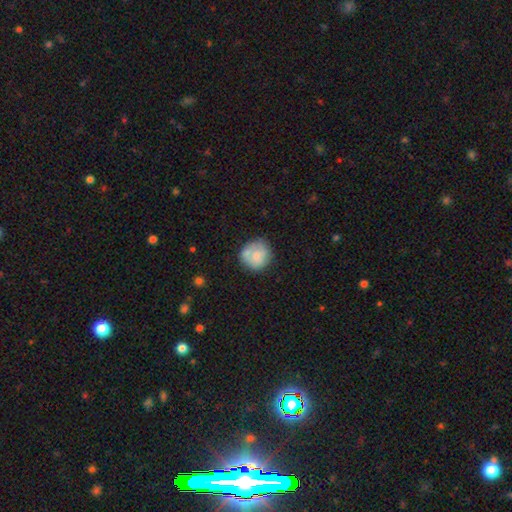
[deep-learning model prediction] smooth 70%, featured or disk 23%, star or artifact 7%. Down the decision tree: how rounded — round (87%); merging — none (61%).